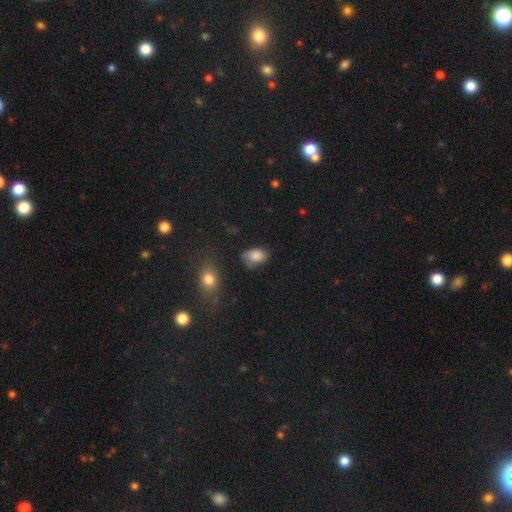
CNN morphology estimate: Overall: smooth (83%). How rounded: in between (82%). Merging: none (57%; minor disturbance 31%).